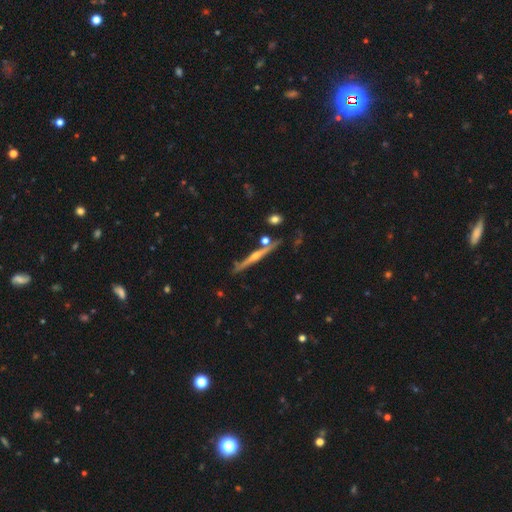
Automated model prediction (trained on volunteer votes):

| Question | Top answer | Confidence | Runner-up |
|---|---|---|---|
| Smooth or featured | featured or disk | 78% | smooth (15%) |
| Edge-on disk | yes | 96% | no (4%) |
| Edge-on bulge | rounded | 80% | none (15%) |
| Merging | none | 78% | minor disturbance (13%) |